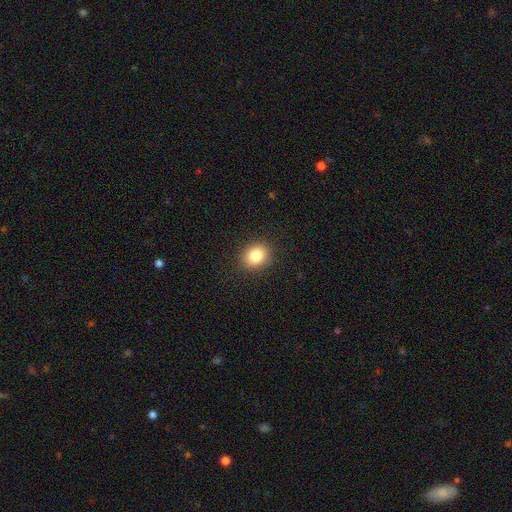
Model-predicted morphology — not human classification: A smooth galaxy with no disk features (84%) that is round (58%).

Vote fractions:
- Smooth or featured? smooth: 84% / star or artifact: 10% / featured or disk: 6%
- How rounded? round: 58% / in between: 41% / cigar-shaped: 1%
- Merging? none: 89% / minor disturbance: 7% / major disturbance: 2% / merger: 1%